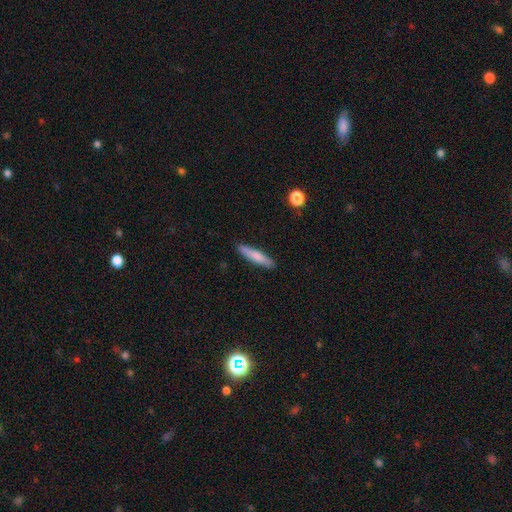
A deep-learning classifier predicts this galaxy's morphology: smooth_or_featured: smooth (p=0.76) [alt: featured or disk p=0.19]
how_rounded: cigar-shaped (p=0.88) [alt: in between p=0.11]
merging: none (p=0.89) [alt: minor disturbance p=0.08]